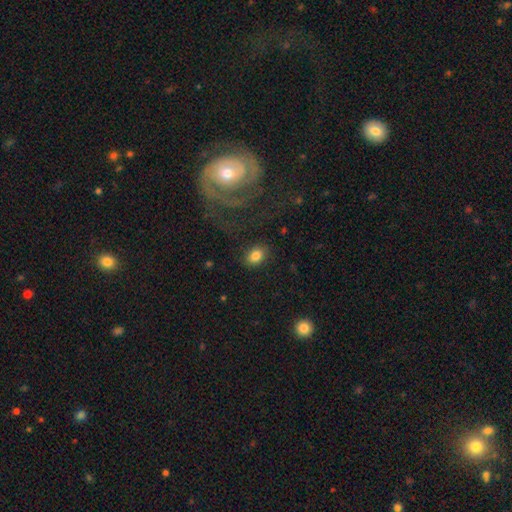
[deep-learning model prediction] smooth_or_featured: smooth (p=0.82) [alt: star or artifact p=0.09]
how_rounded: in between (p=0.73) [alt: round p=0.26]
merging: none (p=0.84) [alt: minor disturbance p=0.10]